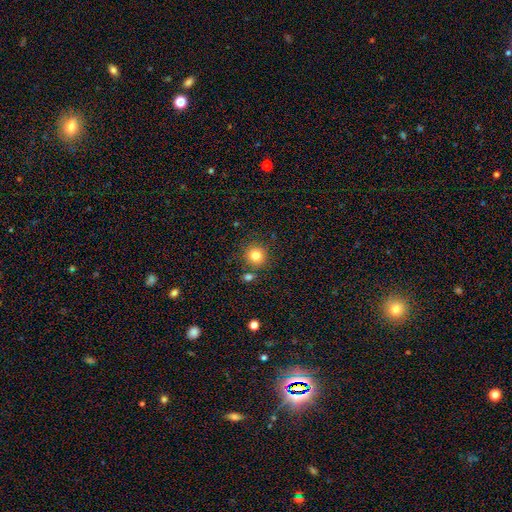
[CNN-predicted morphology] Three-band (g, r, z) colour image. It shows a smooth galaxy with no disk features (82%) that is round (92%). Merging: none (80%).